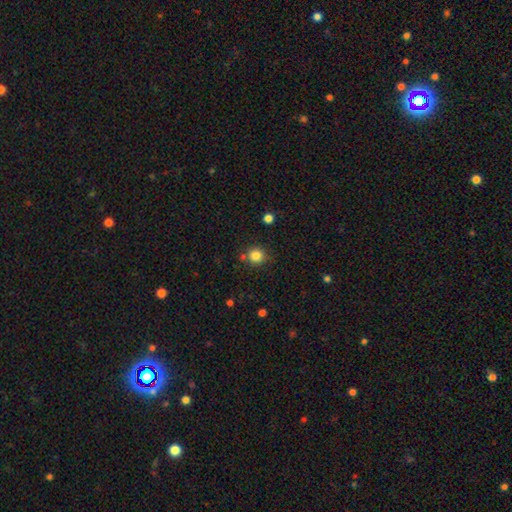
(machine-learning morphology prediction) The model was most divided on "merging": none: 80%, minor disturbance: 10%, merger: 7%, major disturbance: 3%. More confident: how rounded — round (90%); smooth or featured — smooth (83%).